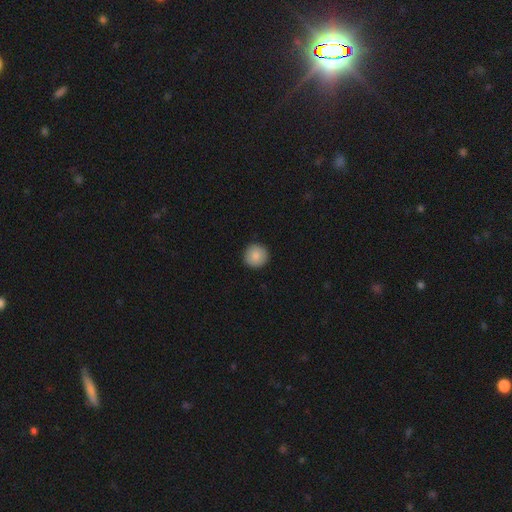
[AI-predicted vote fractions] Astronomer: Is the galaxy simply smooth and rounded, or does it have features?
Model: smooth — 86%.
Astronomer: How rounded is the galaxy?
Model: round — 96%.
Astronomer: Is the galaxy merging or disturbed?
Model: none — 93%.